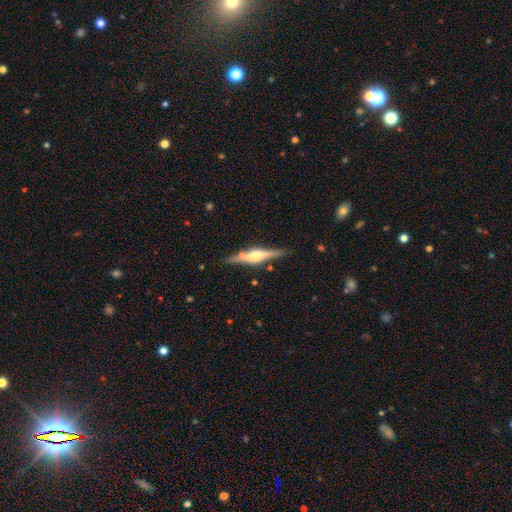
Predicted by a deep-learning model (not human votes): This appears to be a featured or disk galaxy (73%) viewed edge-on (97%) with a rounded central bulge (82%). Merging: none (82%).